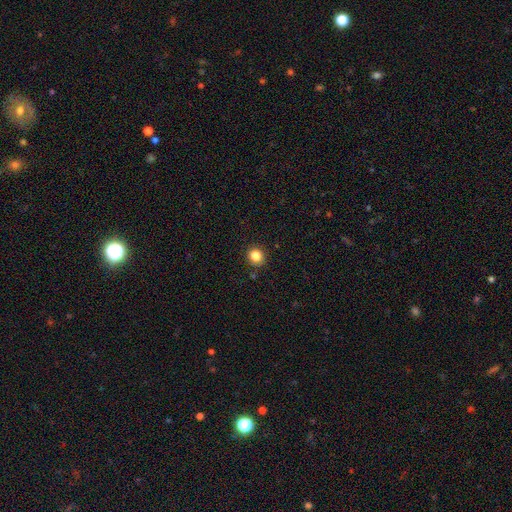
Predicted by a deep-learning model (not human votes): Smooth or featured?
  - smooth: 84% *
  - star or artifact: 12%
  - featured or disk: 5%
How rounded?
  - round: 86% *
  - in between: 13%
  - cigar-shaped: 1%
Merging?
  - none: 88% *
  - minor disturbance: 8%
  - major disturbance: 2%
  - merger: 2%